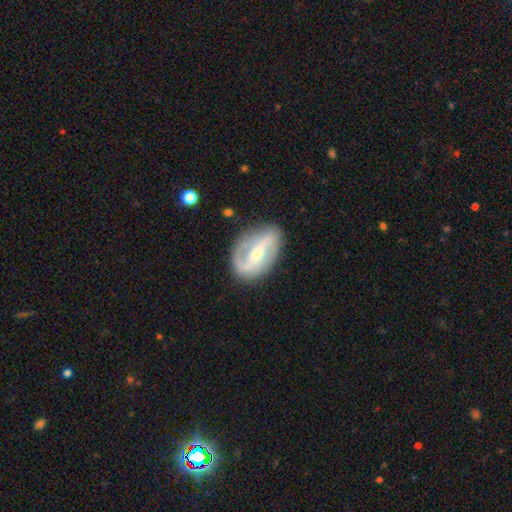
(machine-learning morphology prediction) The model was most divided on "spiral winding": medium: 38%, loose: 35%, tight: 27%. Remaining: edge-on disk — no (94%); spiral arm count — 2 (80%); spiral arms — yes (79%); smooth or featured — featured or disk (77%); merging — none (76%); bar — strong (57%); bulge size — small (50%).